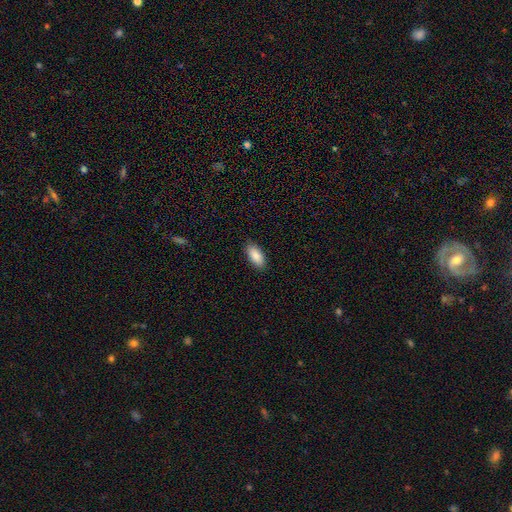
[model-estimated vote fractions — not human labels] smooth-or-featured: smooth: 89% | star or artifact: 6% | featured or disk: 5%
  how-rounded: in between: 89% | cigar-shaped: 9% | round: 2%
  merging: none: 89% | minor disturbance: 8% | major disturbance: 2% | merger: 1%